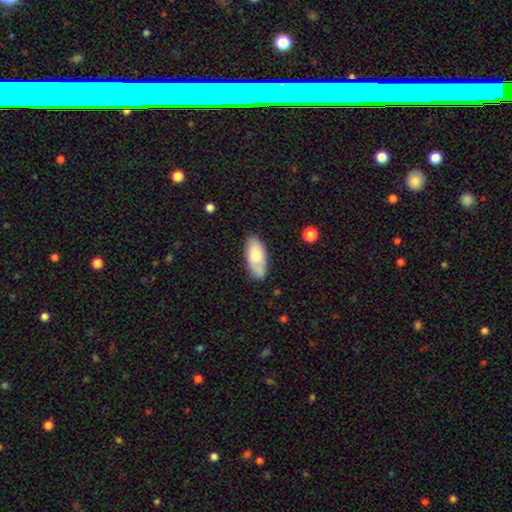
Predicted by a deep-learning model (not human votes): Smooth or featured?
  - smooth: 75% *
  - featured or disk: 19%
  - star or artifact: 6%
How rounded?
  - in between: 89% *
  - cigar-shaped: 9%
  - round: 2%
Merging?
  - none: 74% *
  - minor disturbance: 19%
  - major disturbance: 4%
  - merger: 3%